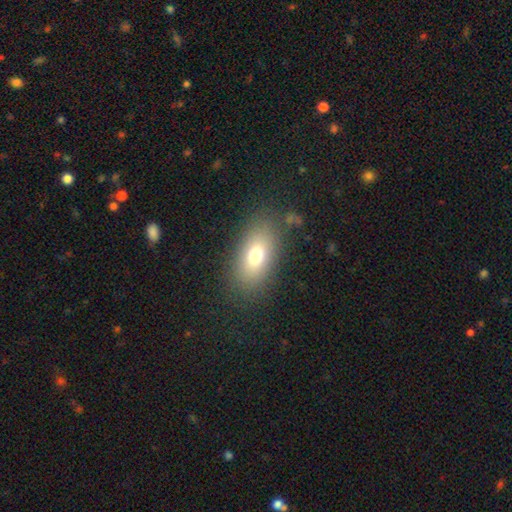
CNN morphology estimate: Q: Smooth or featured?
A: smooth (74%); runner-up: featured or disk (16%)
Q: How rounded?
A: in between (86%); runner-up: round (10%)
Q: Merging?
A: none (80%); runner-up: minor disturbance (12%)